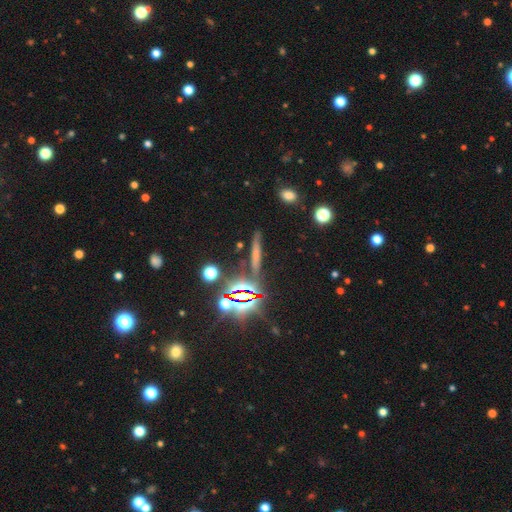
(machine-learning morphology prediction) Smooth or featured? Predicted: smooth (p=0.48). Merging? Predicted: none (p=0.79).